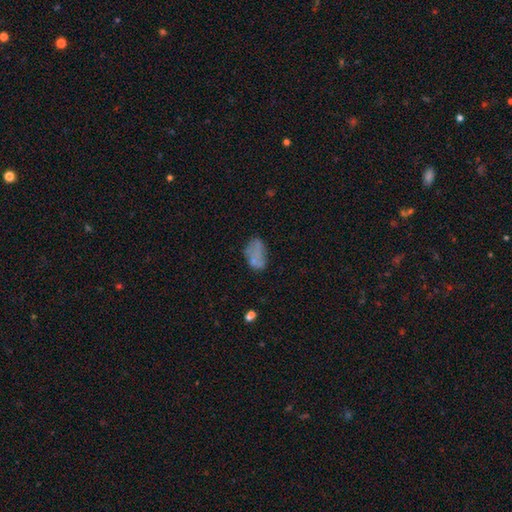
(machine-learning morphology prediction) Q: Smooth or featured?
A: smooth (60%); runner-up: featured or disk (27%)
Q: How rounded?
A: in between (90%); runner-up: round (8%)
Q: Merging?
A: none (47%); runner-up: minor disturbance (26%)